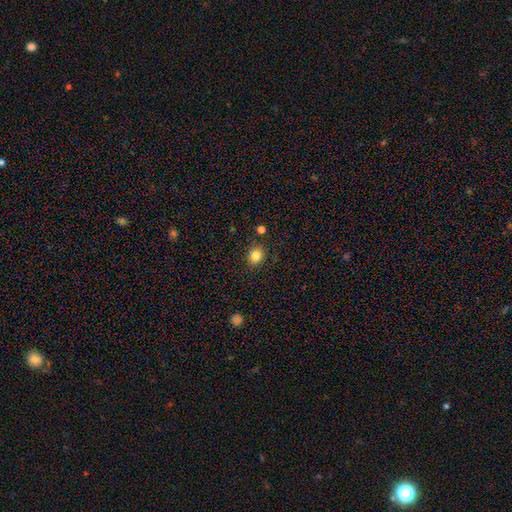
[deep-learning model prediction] smooth-or-featured: smooth: 83% | star or artifact: 11% | featured or disk: 6%
  how-rounded: round: 67% | in between: 32% | cigar-shaped: 1%
  merging: none: 85% | minor disturbance: 10% | major disturbance: 3% | merger: 3%